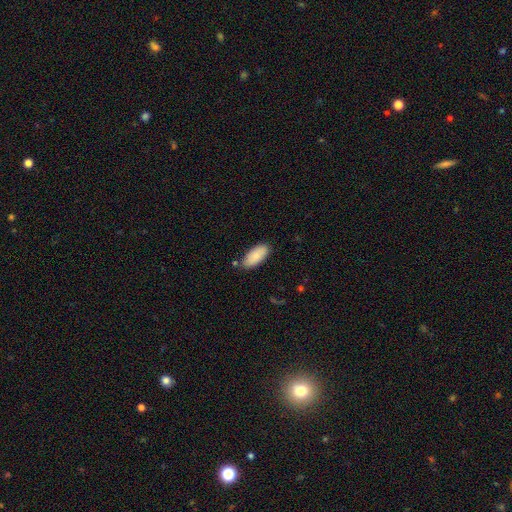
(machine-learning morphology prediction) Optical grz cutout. It shows a smooth galaxy with no disk features (86%) that is in between round and cigar-shaped (89%). Merging: none (80%).